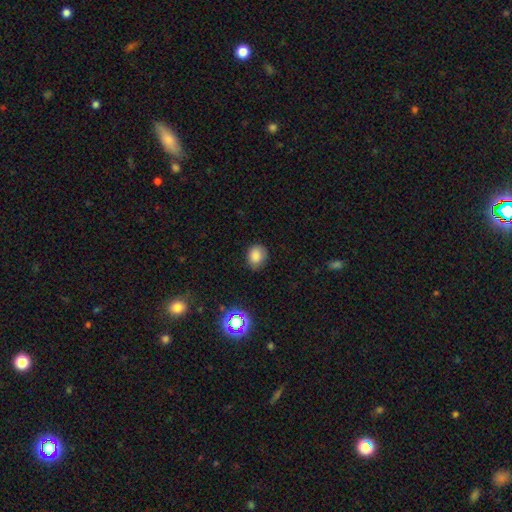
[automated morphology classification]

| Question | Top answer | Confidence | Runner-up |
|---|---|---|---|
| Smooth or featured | smooth | 82% | star or artifact (12%) |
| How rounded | round | 55% | in between (44%) |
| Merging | none | 81% | minor disturbance (15%) |